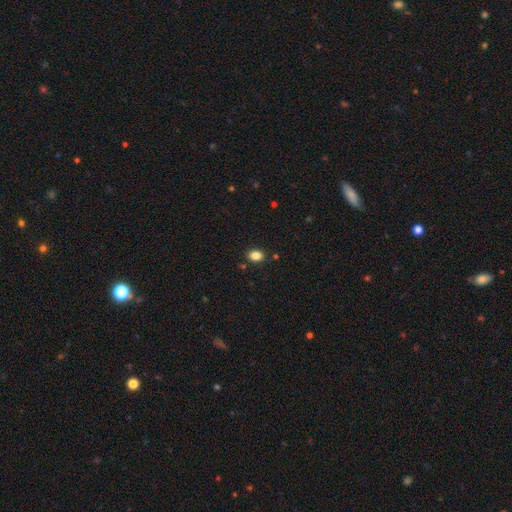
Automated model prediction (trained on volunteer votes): smooth-or-featured: smooth: 85% | star or artifact: 10% | featured or disk: 5%
  how-rounded: in between: 71% | round: 28% | cigar-shaped: 1%
  merging: none: 87% | minor disturbance: 9% | major disturbance: 2% | merger: 2%